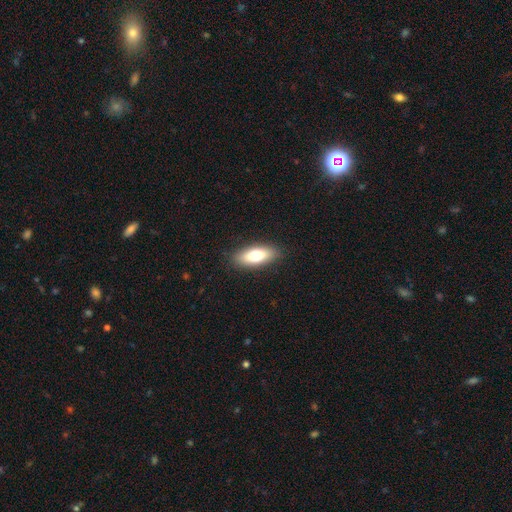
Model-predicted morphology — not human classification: Smooth or featured? Predicted: smooth (p=0.74). How rounded? Predicted: in between (p=0.74). Merging? Predicted: none (p=0.88).